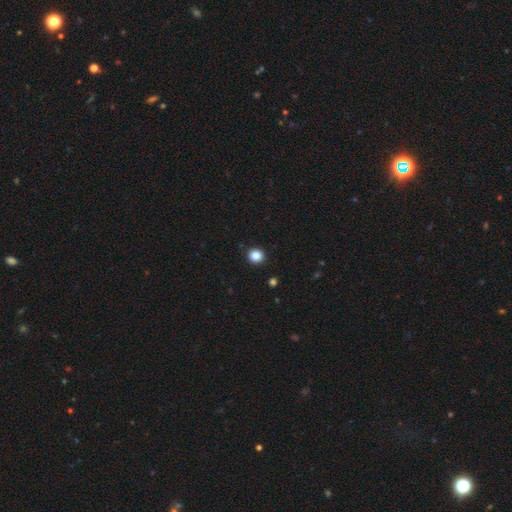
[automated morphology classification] type=smooth (86%); roundness=round (82%); merging=none (92%).